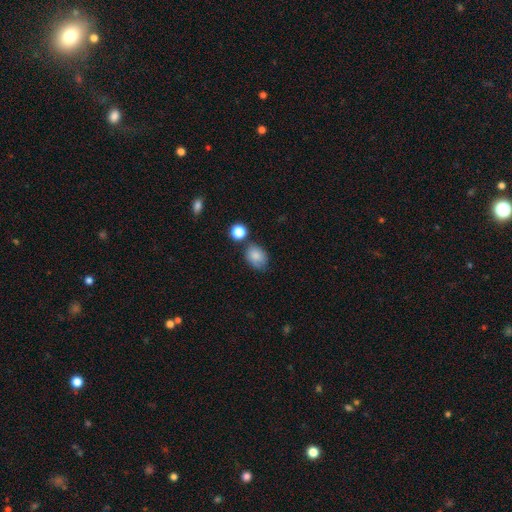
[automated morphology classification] smooth_or_featured: smooth (p=0.81) [alt: star or artifact p=0.10]
how_rounded: in between (p=0.65) [alt: round p=0.34]
merging: none (p=0.63) [alt: minor disturbance p=0.24]